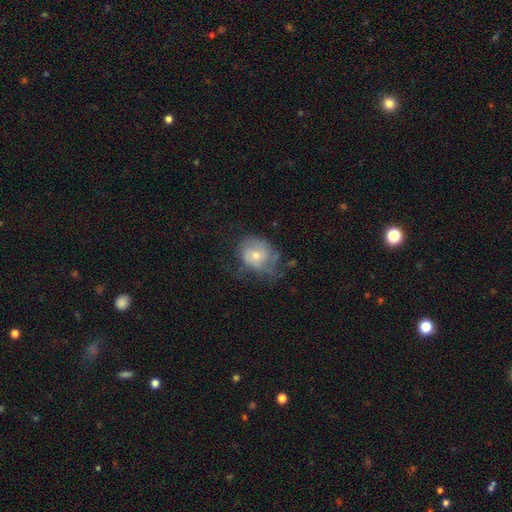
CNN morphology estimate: A featured or disk galaxy (51%). Merging: none (41%).